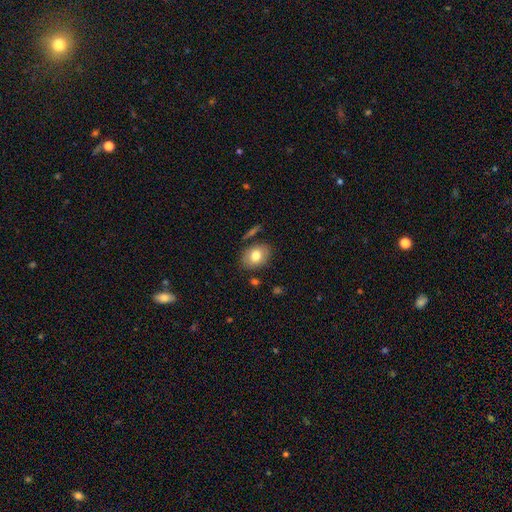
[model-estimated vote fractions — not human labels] A smooth galaxy with no disk features (77%) that is in between round and cigar-shaped (70%).

Vote fractions:
- Smooth or featured? smooth: 77% / featured or disk: 15% / star or artifact: 8%
- How rounded? in between: 70% / round: 29% / cigar-shaped: 1%
- Merging? none: 79% / minor disturbance: 13% / merger: 5% / major disturbance: 3%